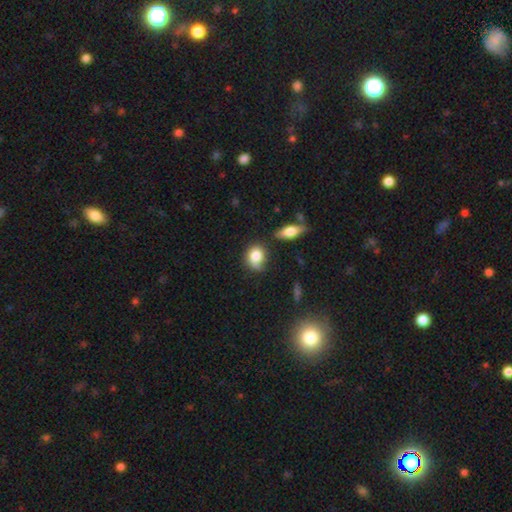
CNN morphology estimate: This is likely a smooth galaxy (80%). How rounded: possibly round (54%). Merging: possibly none (52%).